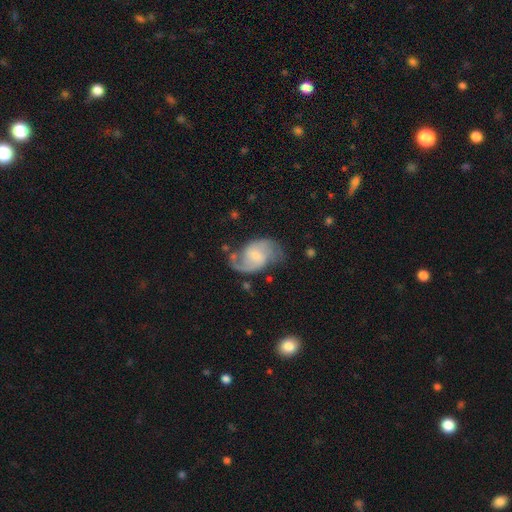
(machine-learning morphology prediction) smooth-or-featured: featured or disk: 82% | smooth: 12% | star or artifact: 6%
  disk-edge-on: no: 98% | yes: 2%
    bar: weak: 52% | no: 37% | strong: 11%
    has-spiral-arms: yes: 96% | no: 4%
      spiral-winding: medium: 50% | loose: 35% | tight: 15%
      spiral-arm-count: 2: 89% | can't tell: 4% | 1: 3% | 3: 2% | 4: 1% | more than 4: 1%
    bulge-size: small: 53% | moderate: 31% | none: 10% | large: 5% | dominant: 1%
  merging: none: 66% | minor disturbance: 20% | major disturbance: 11% | merger: 3%